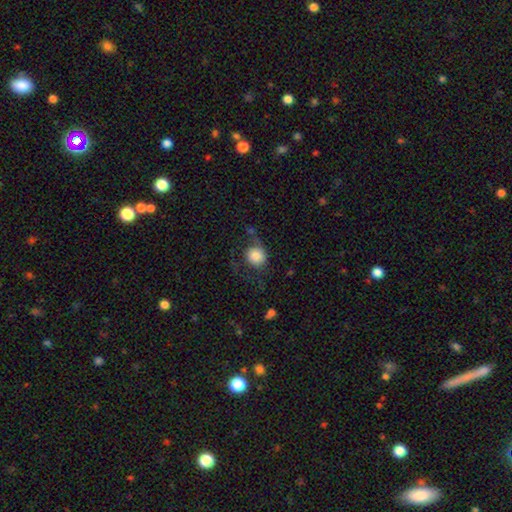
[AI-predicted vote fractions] Q: Smooth or featured?
A: smooth (76%); runner-up: featured or disk (16%)
Q: How rounded?
A: round (86%); runner-up: in between (13%)
Q: Merging?
A: none (53%); runner-up: minor disturbance (23%)